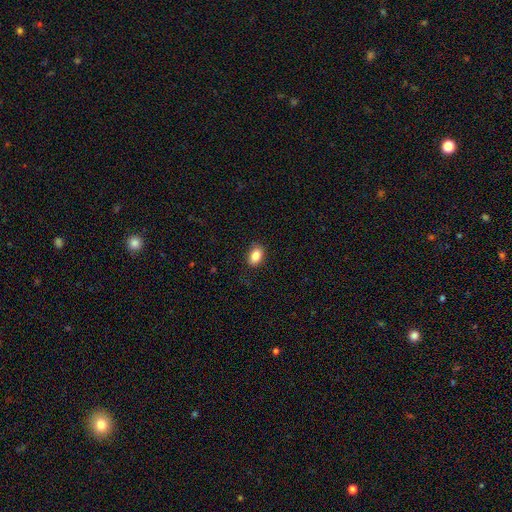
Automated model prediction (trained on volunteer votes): This appears to be a smooth galaxy with no disk features (86%) that is in between round and cigar-shaped (84%). Merging: none (85%).